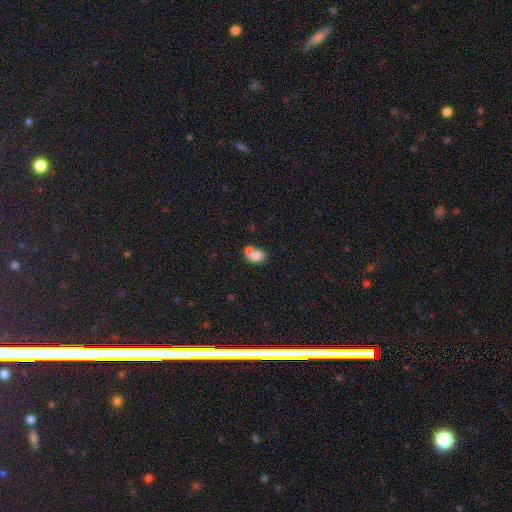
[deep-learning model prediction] This appears to be a smooth galaxy with no disk features (76%) that is in between round and cigar-shaped (69%). Merging: merger (55%).